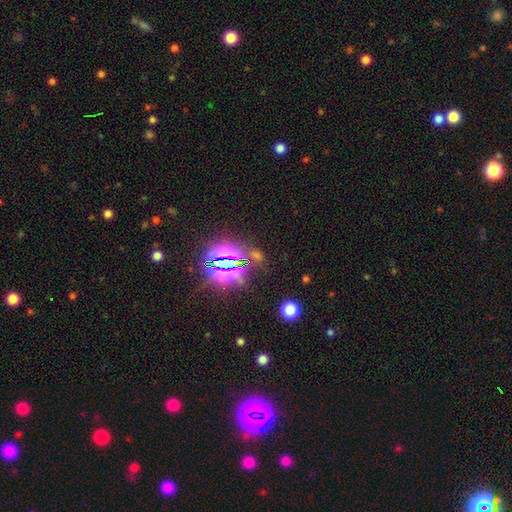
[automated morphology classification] Q: Smooth or featured?
A: star or artifact (69%); runner-up: smooth (23%)